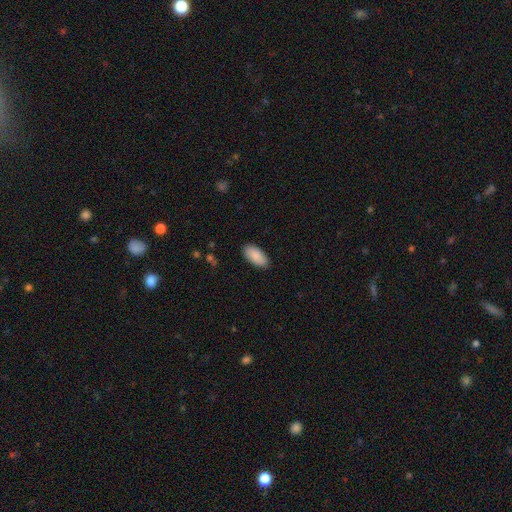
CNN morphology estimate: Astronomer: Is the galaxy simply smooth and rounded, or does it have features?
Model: smooth — 90%.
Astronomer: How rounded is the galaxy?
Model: in between — 93%.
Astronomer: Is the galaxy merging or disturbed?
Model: none — 89%.